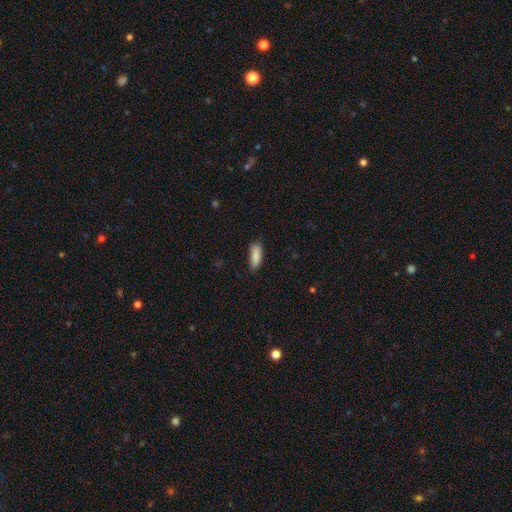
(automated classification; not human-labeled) Smooth or featured? smooth (88%)
How rounded? in between (68%)
Merging? none (80%)